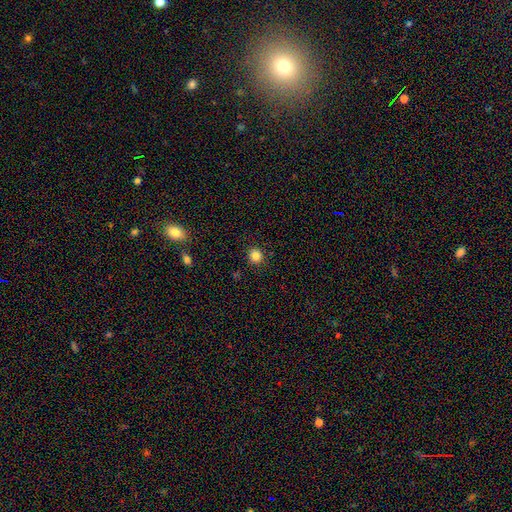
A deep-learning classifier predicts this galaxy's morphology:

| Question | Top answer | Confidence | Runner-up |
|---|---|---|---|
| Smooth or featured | smooth | 84% | star or artifact (13%) |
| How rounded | round | 91% | in between (8%) |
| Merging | none | 91% | minor disturbance (6%) |